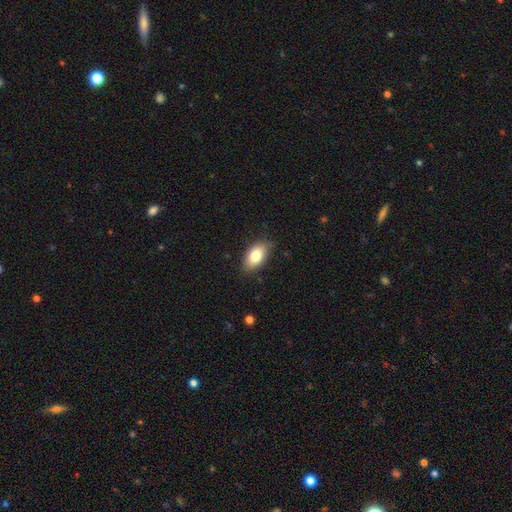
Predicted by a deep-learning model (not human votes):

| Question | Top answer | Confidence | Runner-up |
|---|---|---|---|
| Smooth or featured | smooth | 81% | featured or disk (12%) |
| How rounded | in between | 93% | round (5%) |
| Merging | none | 82% | minor disturbance (15%) |